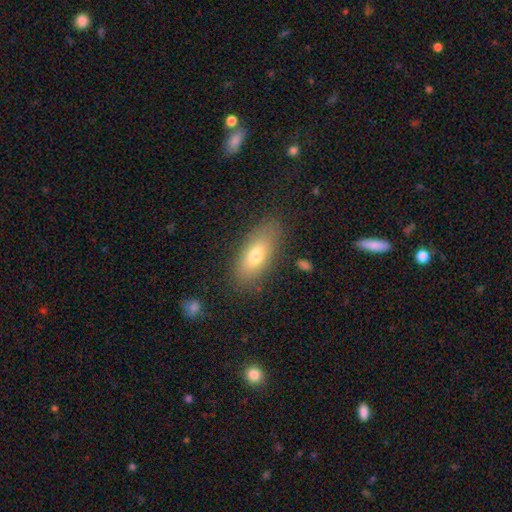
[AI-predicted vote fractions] The model was most divided on "smooth or featured": smooth: 72%, featured or disk: 20%, star or artifact: 8%. More confident: merging — none (82%); how rounded — in between (81%).